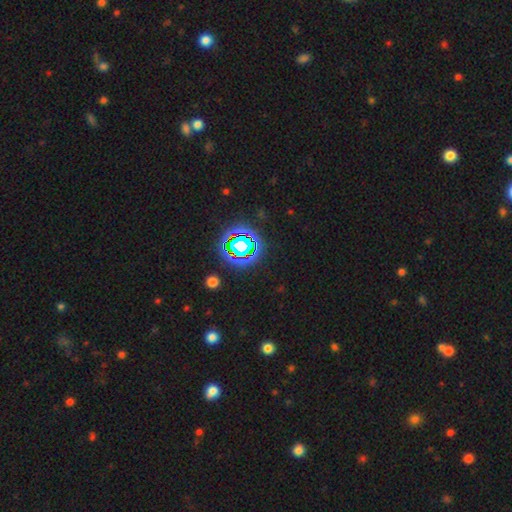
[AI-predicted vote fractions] smooth_or_featured: star or artifact (p=0.81) [alt: smooth p=0.12]